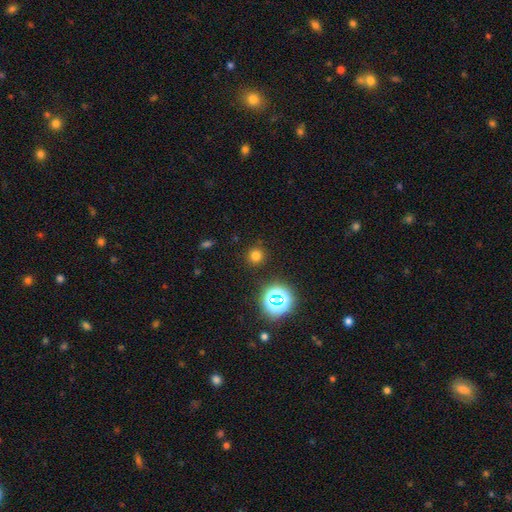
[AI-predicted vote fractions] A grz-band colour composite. It shows a smooth galaxy with no disk features (72%) that is round (93%). Merging: none (89%).